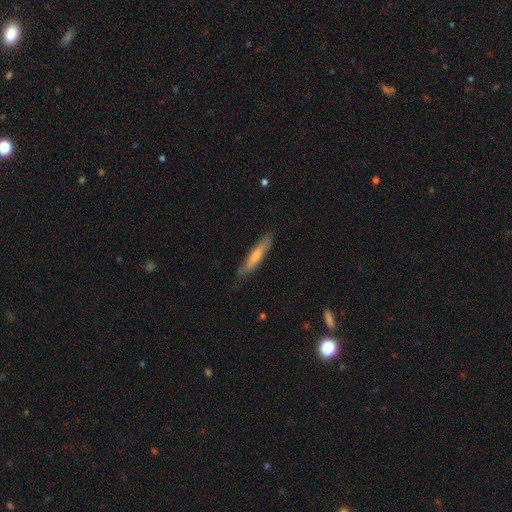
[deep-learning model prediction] smooth 54%, featured or disk 40%, star or artifact 6%. Down the decision tree: how rounded — cigar-shaped (88%); merging — none (78%).